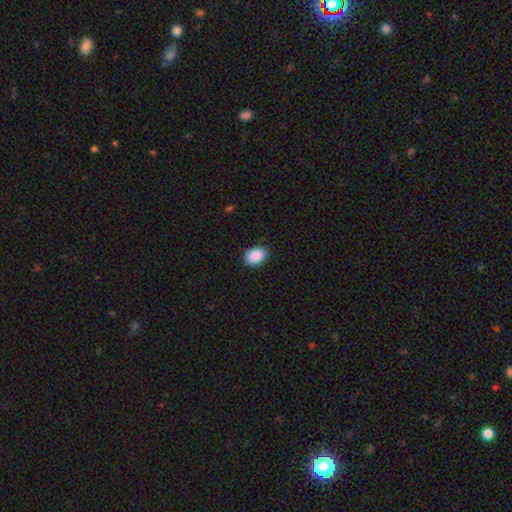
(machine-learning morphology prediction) The model was most divided on "how rounded": in between: 72%, round: 27%, cigar-shaped: 1%. More confident: smooth or featured — smooth (90%); merging — none (88%).